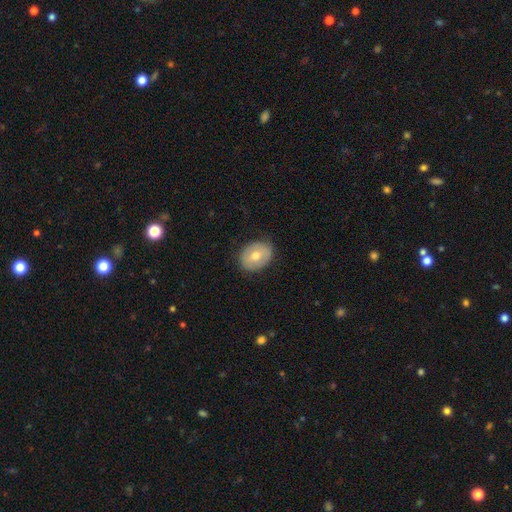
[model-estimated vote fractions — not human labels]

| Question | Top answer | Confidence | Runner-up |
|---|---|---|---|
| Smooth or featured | smooth | 59% | featured or disk (34%) |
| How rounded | in between | 54% | round (45%) |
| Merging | none | 84% | minor disturbance (12%) |